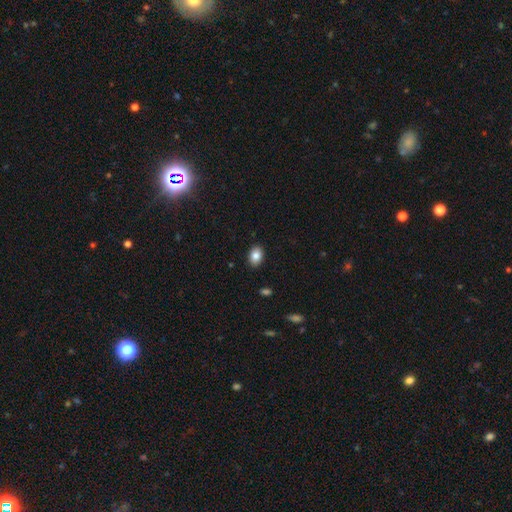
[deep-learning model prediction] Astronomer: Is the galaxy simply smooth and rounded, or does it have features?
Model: smooth — 85%.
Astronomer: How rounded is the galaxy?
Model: in between — 81%.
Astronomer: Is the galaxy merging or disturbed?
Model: none — 89%.